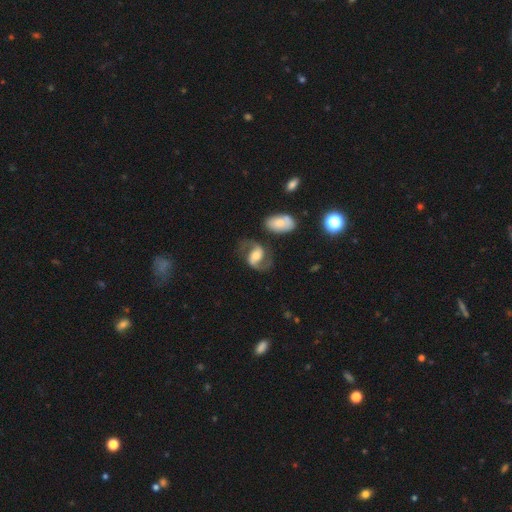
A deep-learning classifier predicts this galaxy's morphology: smooth_or_featured: featured or disk (p=0.82) [alt: smooth p=0.12]
disk_edge_on: no (p=0.97) [alt: yes p=0.03]
bar: weak (p=0.39) [alt: strong p=0.31]
has_spiral_arms: yes (p=0.94) [alt: no p=0.06]
spiral_winding: medium (p=0.47) [alt: loose p=0.42]
spiral_arm_count: 2 (p=0.92) [alt: can't tell p=0.03]
bulge_size: moderate (p=0.56) [alt: small p=0.25]
merging: none (p=0.68) [alt: minor disturbance p=0.15]